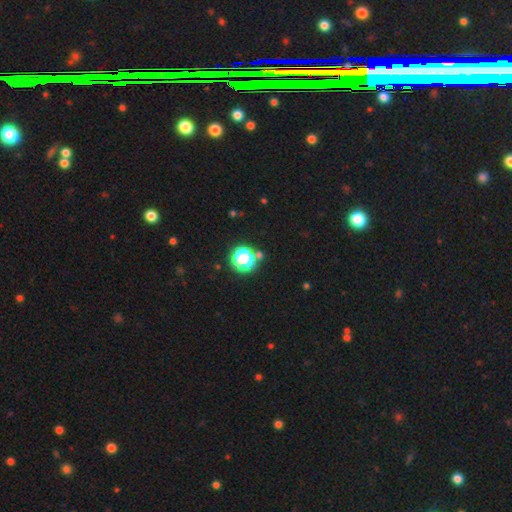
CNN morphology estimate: Smooth or featured? star or artifact (61%)